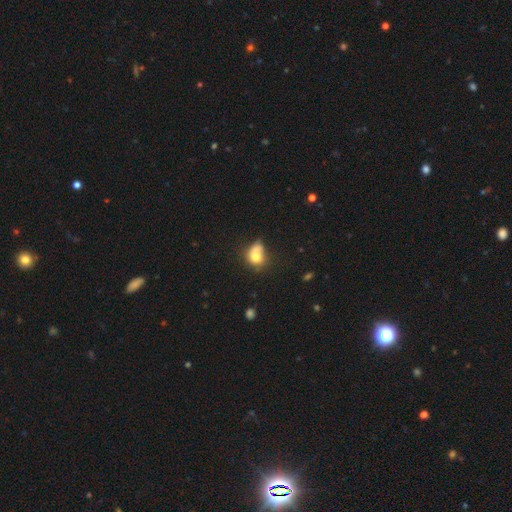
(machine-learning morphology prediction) type=smooth (71%); roundness=in between (50%); merging=none (29%, tied with merger).